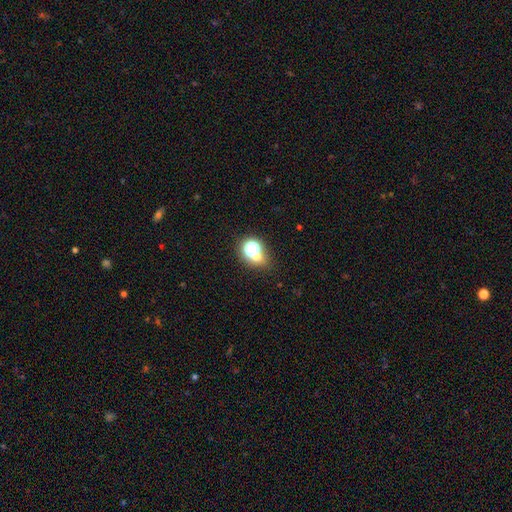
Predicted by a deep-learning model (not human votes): This appears to be a smooth galaxy with no disk features (52%) that is round (67%). Merging: none (58%).